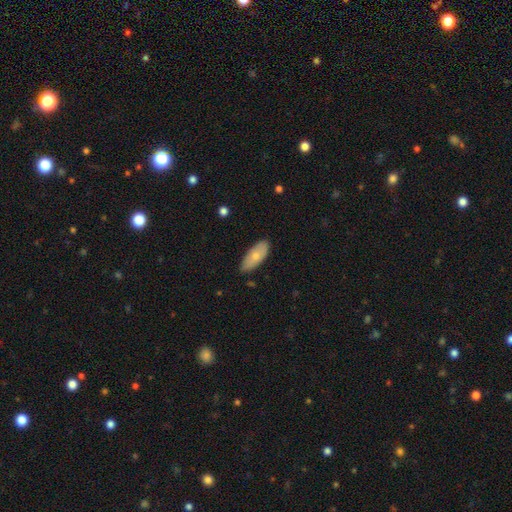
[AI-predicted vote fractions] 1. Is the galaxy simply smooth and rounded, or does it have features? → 72% smooth, 22% featured or disk, 6% star or artifact.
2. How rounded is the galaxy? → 84% in between, 14% cigar-shaped, 2% round.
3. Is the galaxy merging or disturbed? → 80% none, 17% minor disturbance, 2% major disturbance, 1% merger.